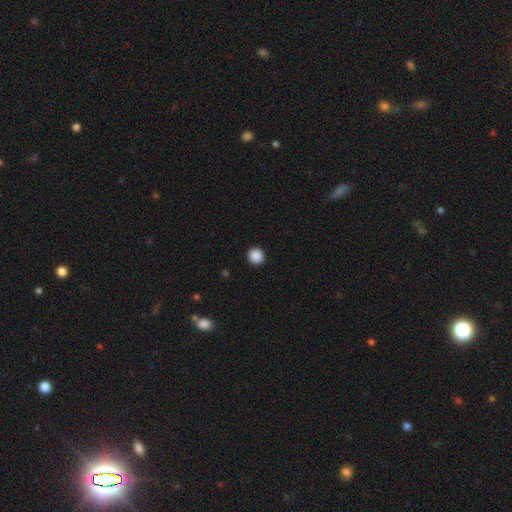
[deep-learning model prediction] The model was most divided on "smooth or featured": smooth: 89%, star or artifact: 9%, featured or disk: 2%. More confident: how rounded — round (94%); merging — none (93%).